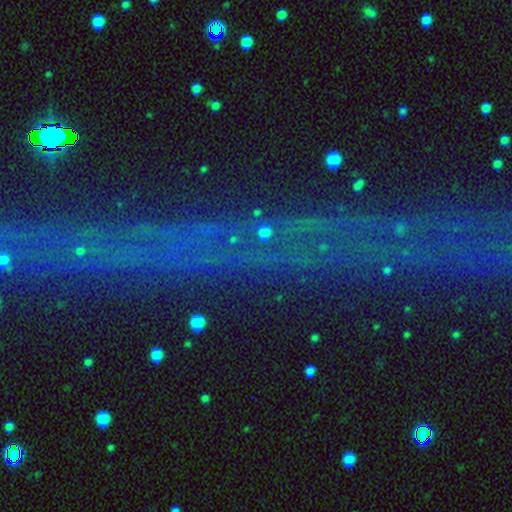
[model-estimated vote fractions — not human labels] star or artifact 72%, featured or disk 16%, smooth 12%.